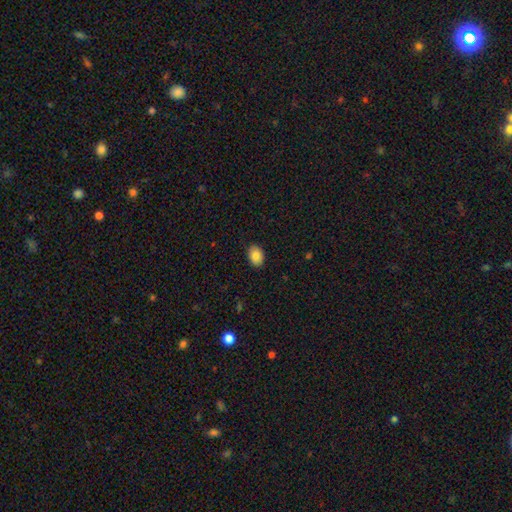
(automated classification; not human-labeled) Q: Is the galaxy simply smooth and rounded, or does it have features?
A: smooth — 86%.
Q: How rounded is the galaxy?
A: in between — 80%.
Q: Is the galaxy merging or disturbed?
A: none — 89%.